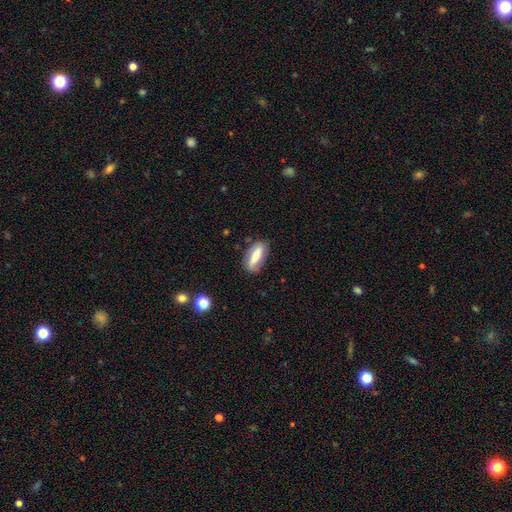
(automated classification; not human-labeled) A smooth galaxy with no disk features (62%) that is in between round and cigar-shaped (63%).

Vote fractions:
- Smooth or featured? smooth: 62% / featured or disk: 31% / star or artifact: 7%
- How rounded? in between: 63% / cigar-shaped: 34% / round: 3%
- Merging? none: 78% / minor disturbance: 16% / major disturbance: 4% / merger: 2%